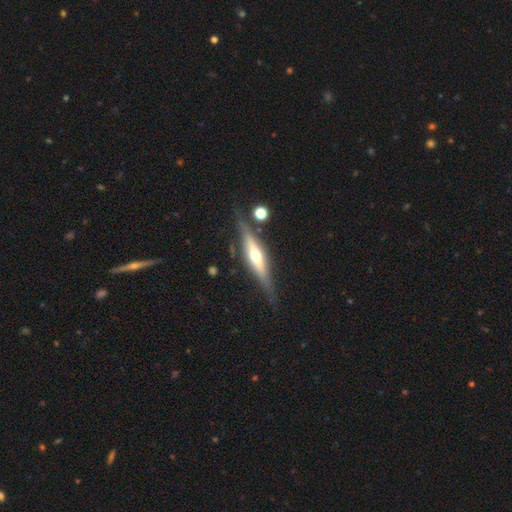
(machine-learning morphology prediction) Smooth or featured? featured or disk (68%)
Edge-on disk? yes (93%)
Edge-on bulge? rounded (88%)
Merging? none (79%)